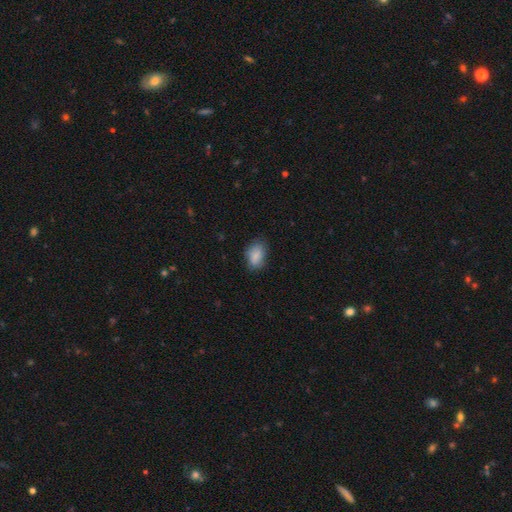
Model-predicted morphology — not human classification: smooth 85%, star or artifact 8%, featured or disk 8%. Down the decision tree: how rounded — in between (86%); merging — none (70%).